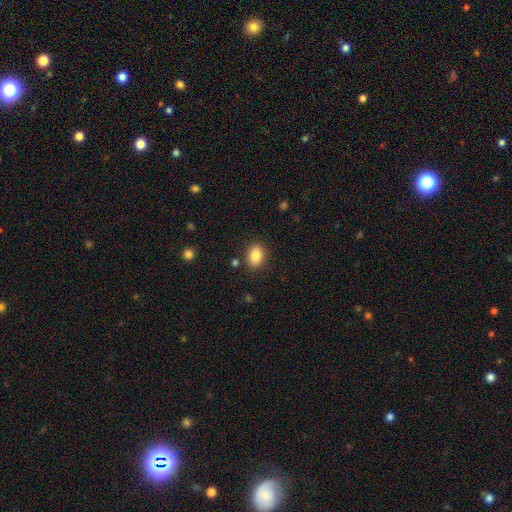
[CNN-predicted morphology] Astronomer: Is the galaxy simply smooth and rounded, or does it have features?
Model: smooth — 86%.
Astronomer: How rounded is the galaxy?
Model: in between — 82%.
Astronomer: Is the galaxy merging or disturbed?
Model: none — 85%.